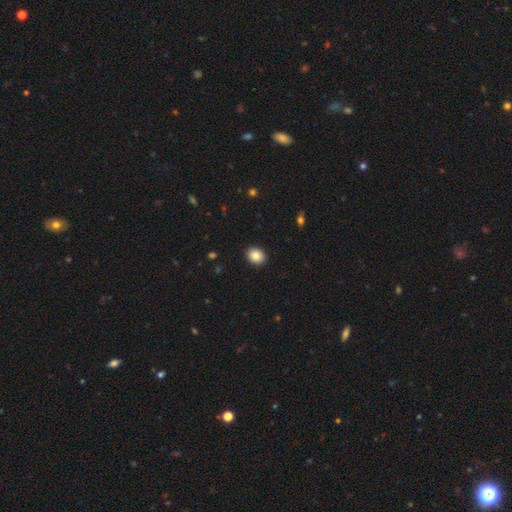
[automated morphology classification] The model was most divided on "how rounded": round: 50%, in between: 49%, cigar-shaped: 1%. More confident: merging — none (91%); smooth or featured — smooth (87%).